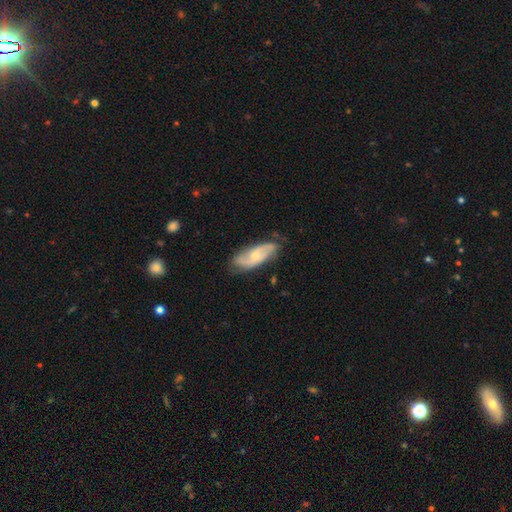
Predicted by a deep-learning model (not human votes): featured or disk 66%, smooth 29%, star or artifact 6%. Down the decision tree: edge-on disk — no (89%); bar — no (64%); spiral arms — yes (88%); spiral arm count — 2 (70%); spiral winding — medium (43%); bulge size — small (57%); merging — none (72%).